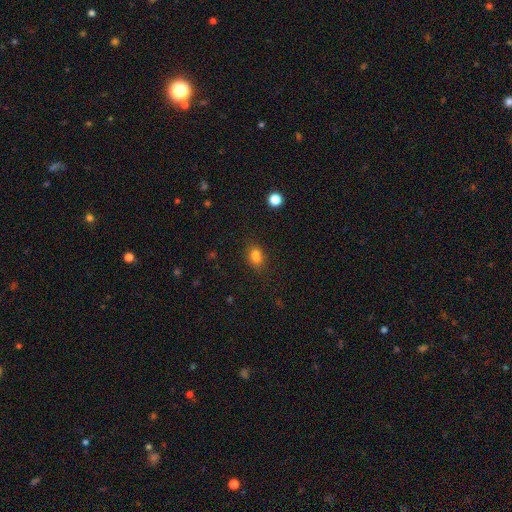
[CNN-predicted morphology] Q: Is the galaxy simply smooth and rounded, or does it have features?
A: smooth — 75%.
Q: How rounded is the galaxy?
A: in between — 61%.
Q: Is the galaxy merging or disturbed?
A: none — 51%.